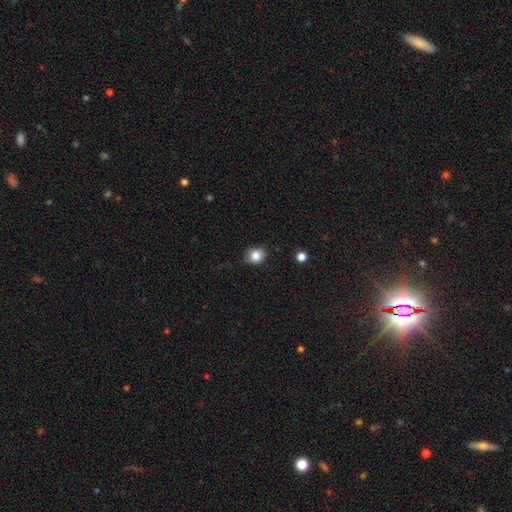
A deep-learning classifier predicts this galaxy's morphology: Smooth or featured?
  - smooth: 82% *
  - star or artifact: 10%
  - featured or disk: 8%
How rounded?
  - round: 62% *
  - in between: 37%
  - cigar-shaped: 1%
Merging?
  - none: 82% *
  - minor disturbance: 14%
  - major disturbance: 3%
  - merger: 1%